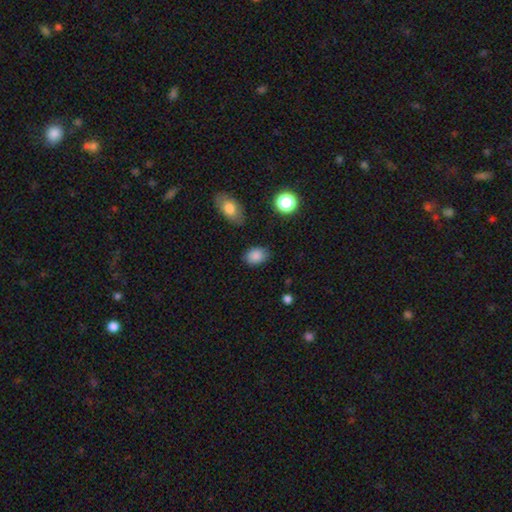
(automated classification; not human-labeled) Smooth or featured?
  - smooth: 86% *
  - star or artifact: 9%
  - featured or disk: 5%
How rounded?
  - in between: 74% *
  - round: 25%
  - cigar-shaped: 1%
Merging?
  - none: 82% *
  - minor disturbance: 13%
  - major disturbance: 3%
  - merger: 2%